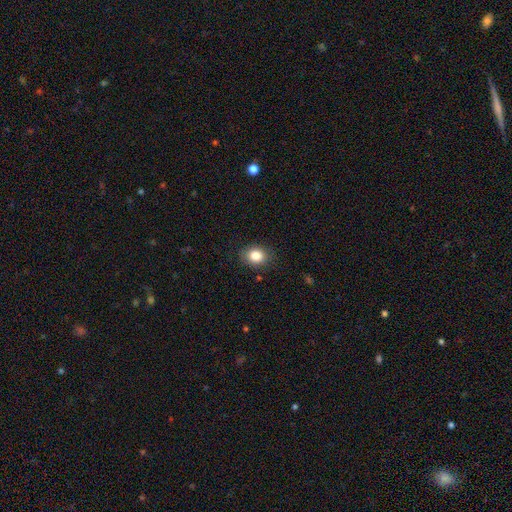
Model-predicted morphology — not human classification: A smooth galaxy with no disk features (85%) that is in between round and cigar-shaped (52%). Merging: none (84%).